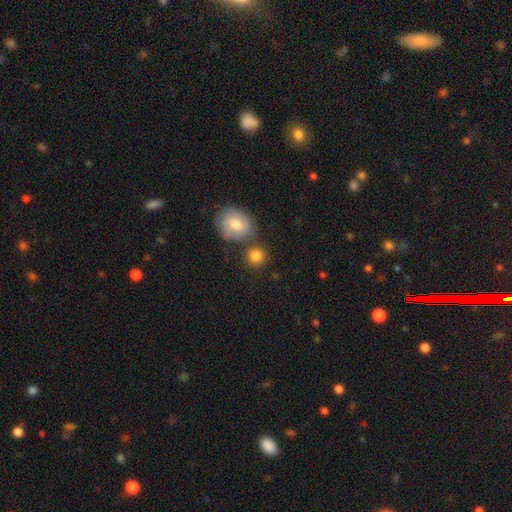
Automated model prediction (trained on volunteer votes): Overall: smooth (84%). How rounded: round (86%). Merging: none (68%).